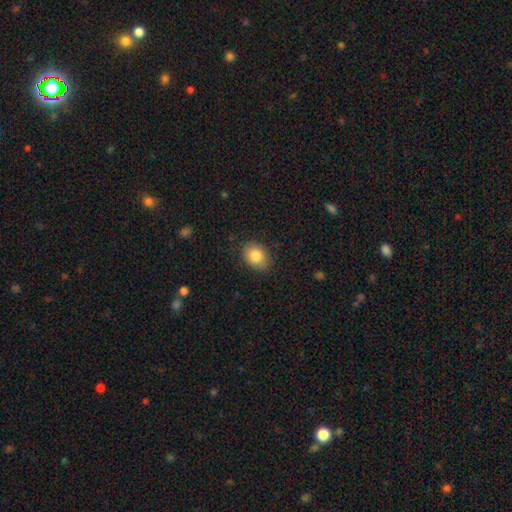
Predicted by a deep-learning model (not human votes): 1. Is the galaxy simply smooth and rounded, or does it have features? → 84% smooth, 8% star or artifact, 8% featured or disk.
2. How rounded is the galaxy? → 64% in between, 35% round, 1% cigar-shaped.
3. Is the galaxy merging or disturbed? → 82% none, 14% minor disturbance, 3% major disturbance, 1% merger.